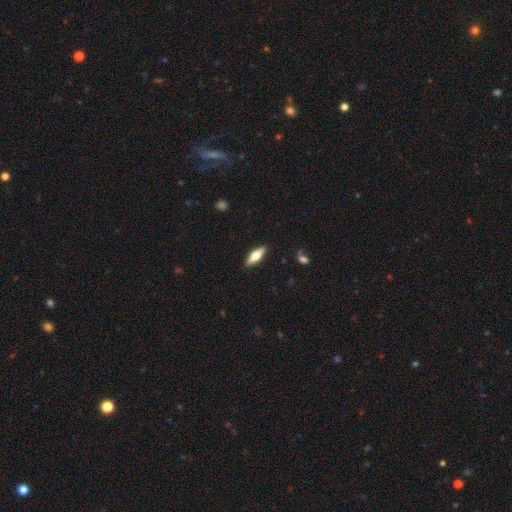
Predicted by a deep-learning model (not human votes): Morphology: type=smooth (55%); roundness=in between (55%); merging=none (88%).